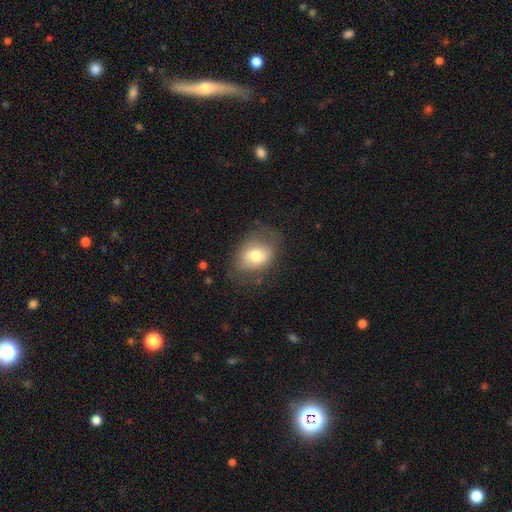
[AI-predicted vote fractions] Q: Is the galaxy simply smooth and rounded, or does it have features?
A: smooth — 69%.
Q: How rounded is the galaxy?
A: in between — 69%.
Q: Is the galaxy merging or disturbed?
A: none — 67%.